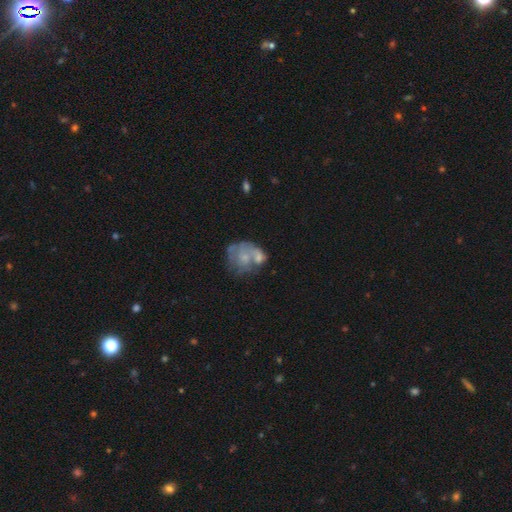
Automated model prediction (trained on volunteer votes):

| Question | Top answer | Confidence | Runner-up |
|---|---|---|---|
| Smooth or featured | featured or disk | 55% | smooth (37%) |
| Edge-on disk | no | 98% | yes (2%) |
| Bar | no | 85% | weak (13%) |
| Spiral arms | no | 62% | yes (38%) |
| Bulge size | small | 41% | moderate (28%) |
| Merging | merger | 32% | tied: none (32%) |